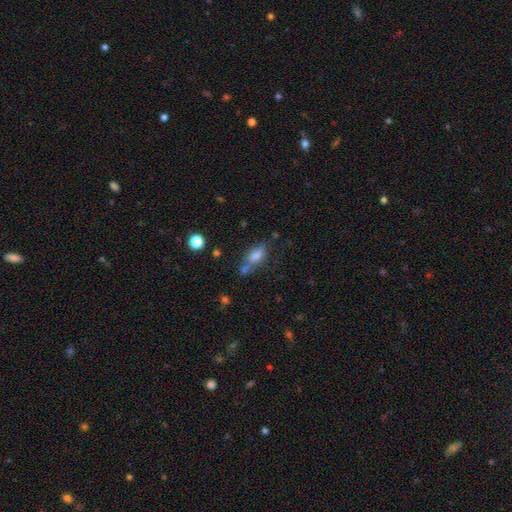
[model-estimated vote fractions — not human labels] Smooth or featured? smooth (68%)
How rounded? in between (74%)
Merging? none (53%)